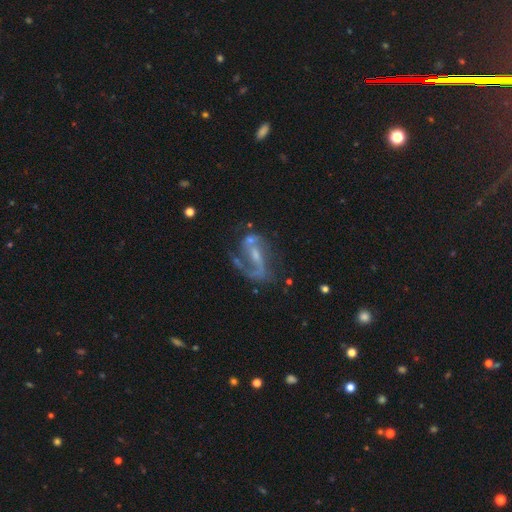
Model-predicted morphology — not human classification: Smooth or featured?
  - featured or disk: 83% *
  - smooth: 9%
  - star or artifact: 8%
Edge-on disk?
  - no: 96% *
  - yes: 4%
Bar?
  - weak: 43% *
  - strong: 29%
  - no: 27%
Spiral arms?
  - yes: 90% *
  - no: 10%
Spiral winding?
  - loose: 46% *
  - medium: 42%
  - tight: 13%
Spiral arm count?
  - 2: 64% *
  - 1: 27%
  - can't tell: 6%
  - 3: 2%
  - 4: 1%
  - more than 4: 1%
Bulge size?
  - small: 57% *
  - moderate: 28%
  - none: 12%
  - large: 2%
  - dominant: 1%
Merging?
  - none: 48% *
  - major disturbance: 23%
  - minor disturbance: 19%
  - merger: 10%